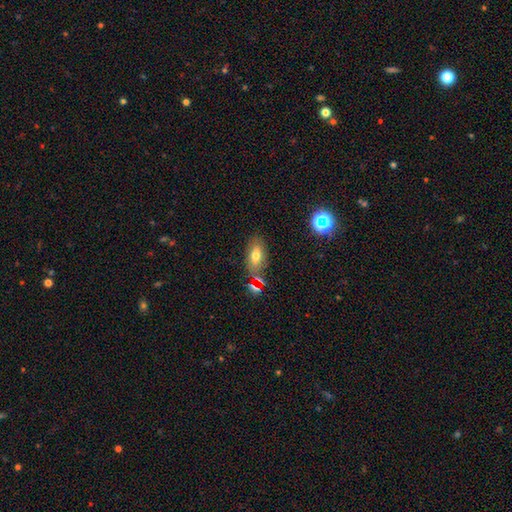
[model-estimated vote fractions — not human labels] Morphology: type=smooth (67%); roundness=in between (83%); merging=none (77%).